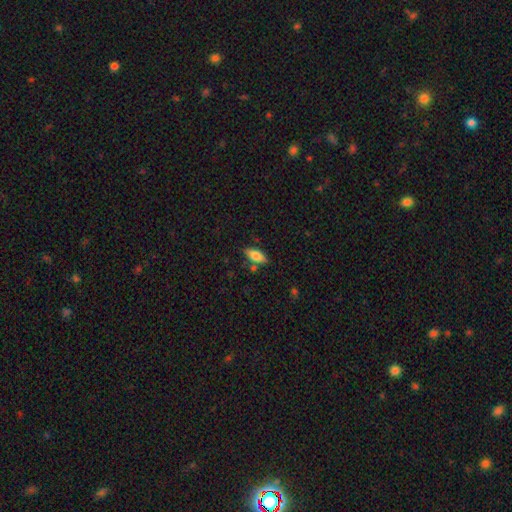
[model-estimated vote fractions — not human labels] Q: Smooth or featured?
A: smooth (78%); runner-up: featured or disk (15%)
Q: How rounded?
A: in between (80%); runner-up: cigar-shaped (17%)
Q: Merging?
A: none (77%); runner-up: minor disturbance (14%)